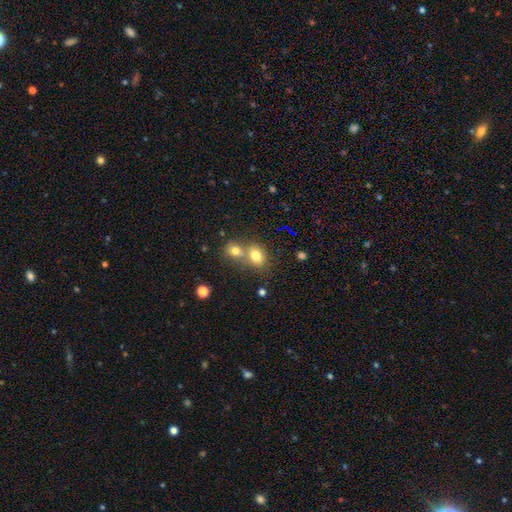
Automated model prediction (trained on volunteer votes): The model was most divided on "merging": merger: 50%, none: 39%, minor disturbance: 8%, major disturbance: 3%. More confident: smooth or featured — smooth (77%); how rounded — in between (60%).